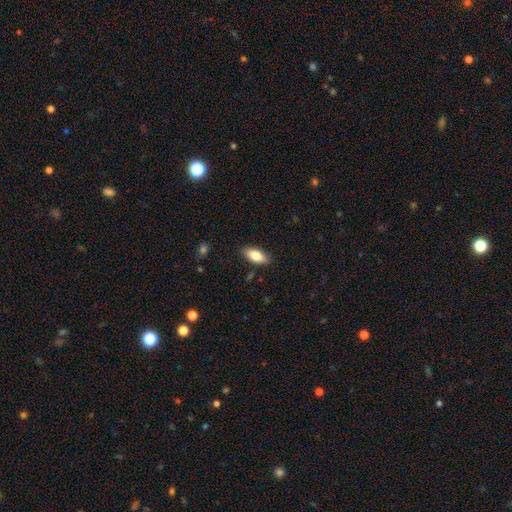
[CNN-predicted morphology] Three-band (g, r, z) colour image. It shows a smooth galaxy with no disk features (80%) that is in between round and cigar-shaped (86%). Merging: none (87%).